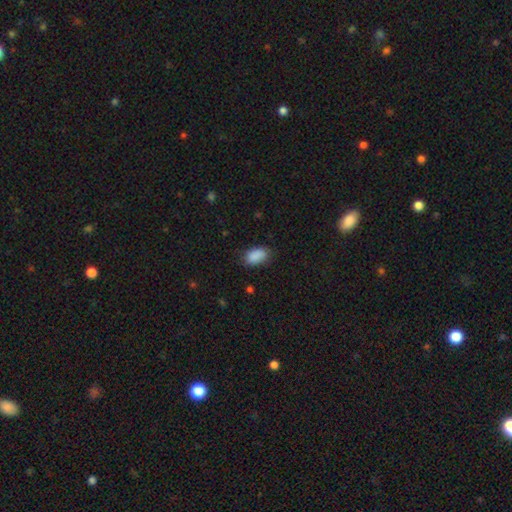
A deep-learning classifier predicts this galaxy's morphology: Overall: smooth (89%). How rounded: in between (92%). Merging: none (79%).